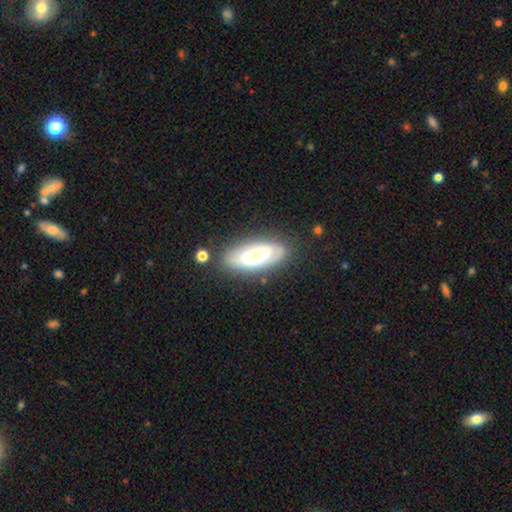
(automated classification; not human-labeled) Smooth or featured?
  - featured or disk: 46% * (tied)
  - smooth: 46% * (tied)
  - star or artifact: 8%
Merging?
  - none: 77% *
  - minor disturbance: 15%
  - major disturbance: 5%
  - merger: 3%